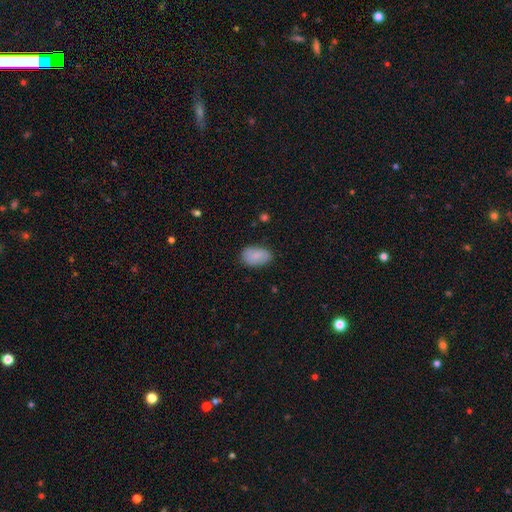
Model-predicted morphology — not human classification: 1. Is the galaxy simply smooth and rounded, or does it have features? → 81% smooth, 12% featured or disk, 7% star or artifact.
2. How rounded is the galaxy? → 91% in between, 7% round, 1% cigar-shaped.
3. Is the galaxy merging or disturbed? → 79% none, 16% minor disturbance, 3% major disturbance, 1% merger.